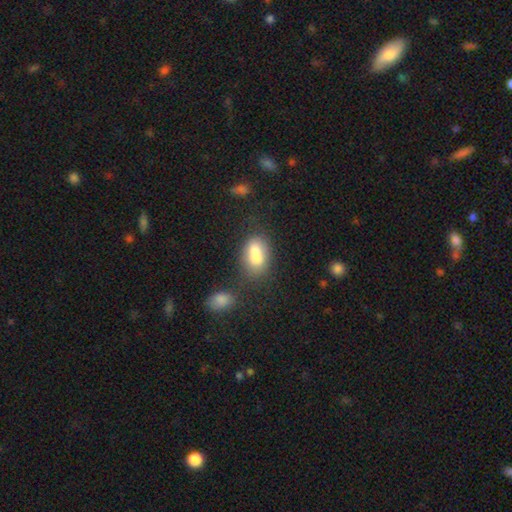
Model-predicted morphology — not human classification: smooth-or-featured: smooth: 69% | featured or disk: 21% | star or artifact: 10%
  how-rounded: in between: 74% | round: 24% | cigar-shaped: 2%
  merging: merger: 54% | none: 30% | minor disturbance: 12% | major disturbance: 5%